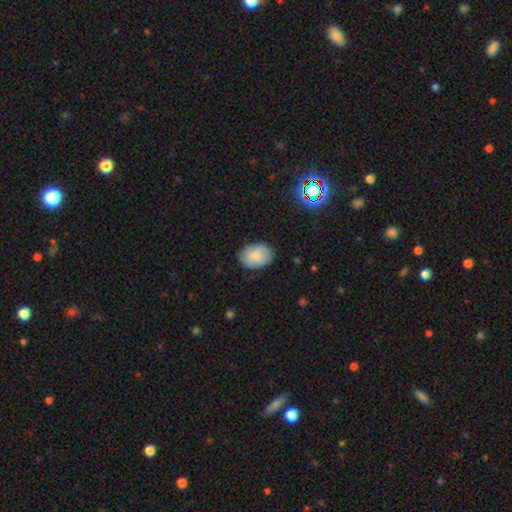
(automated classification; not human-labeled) A smooth galaxy with no disk features (82%) that is in between round and cigar-shaped (78%).

Vote fractions:
- Smooth or featured? smooth: 82% / featured or disk: 11% / star or artifact: 7%
- How rounded? in between: 78% / round: 21% / cigar-shaped: 1%
- Merging? none: 81% / minor disturbance: 15% / major disturbance: 3% / merger: 1%